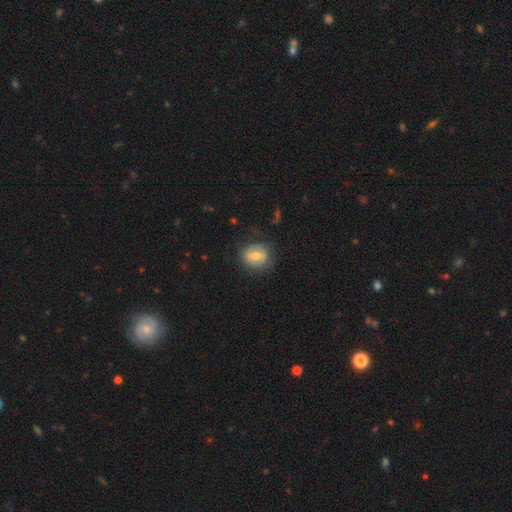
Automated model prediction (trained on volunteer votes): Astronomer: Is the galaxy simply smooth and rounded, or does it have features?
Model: smooth — 48% (runner-up: featured or disk, 45%).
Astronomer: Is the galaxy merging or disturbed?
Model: none — 77%.